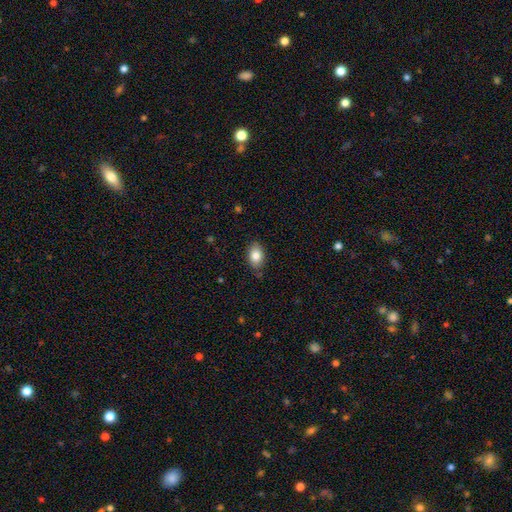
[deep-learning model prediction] smooth_or_featured: smooth (p=0.83) [alt: featured or disk p=0.09]
how_rounded: in between (p=0.87) [alt: round p=0.12]
merging: none (p=0.82) [alt: minor disturbance p=0.14]